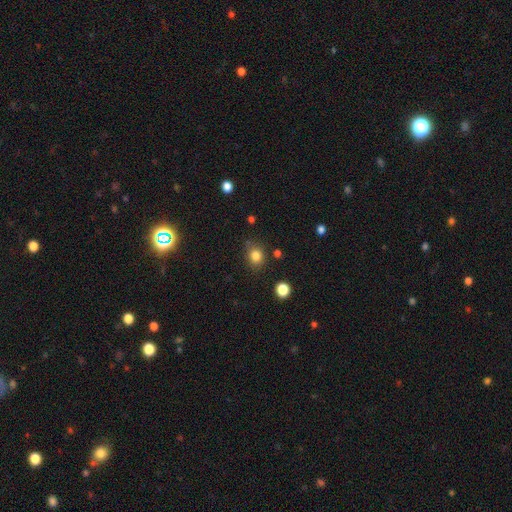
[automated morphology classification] A smooth galaxy with no disk features (83%) that is round (66%). Merging: none (76%).